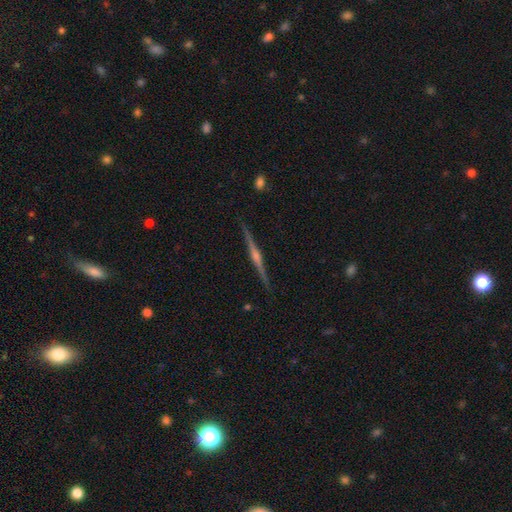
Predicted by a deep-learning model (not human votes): Morphology: type=featured or disk (86%); edge-on=yes (99%); edge-on bulge=rounded (84%); merging=none (92%).